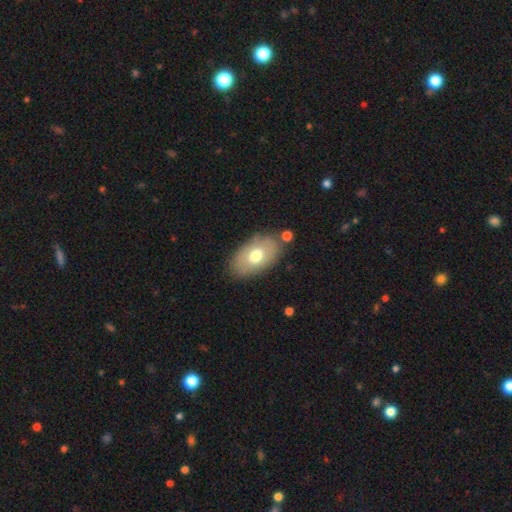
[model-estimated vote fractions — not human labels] Smooth or featured?
  - smooth: 65% *
  - featured or disk: 28%
  - star or artifact: 7%
How rounded?
  - in between: 92% *
  - round: 7%
  - cigar-shaped: 2%
Merging?
  - none: 76% *
  - minor disturbance: 14%
  - merger: 5%
  - major disturbance: 4%